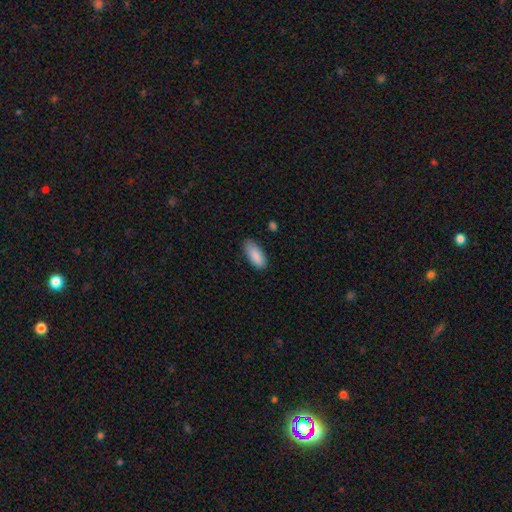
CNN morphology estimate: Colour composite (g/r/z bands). It shows a smooth galaxy with no disk features (88%) that is in between round and cigar-shaped (87%). Merging: none (75%).